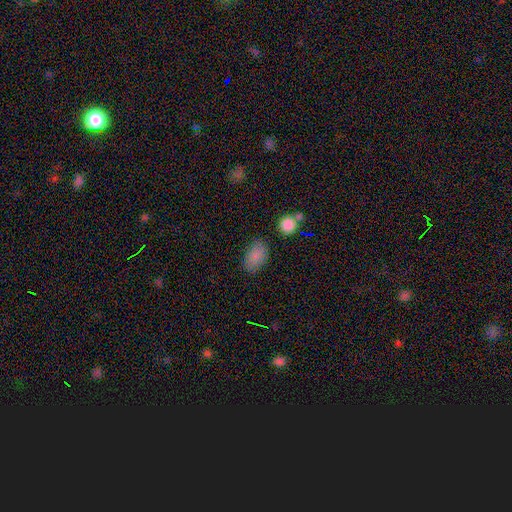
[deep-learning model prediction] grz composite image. It shows a smooth galaxy with no disk features (85%) that is in between round and cigar-shaped (90%). Merging: none (81%).